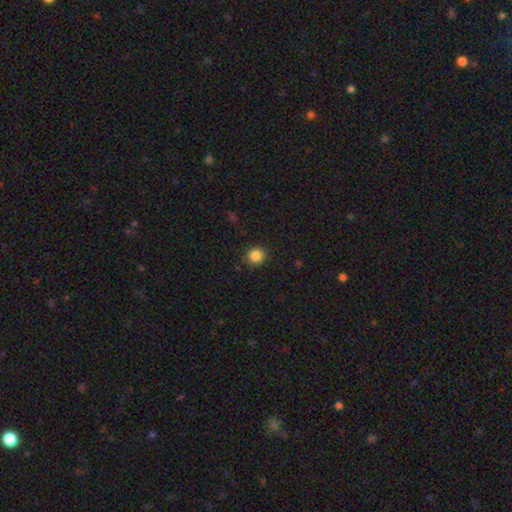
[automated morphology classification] Smooth or featured? smooth (85%)
How rounded? round (92%)
Merging? none (90%)